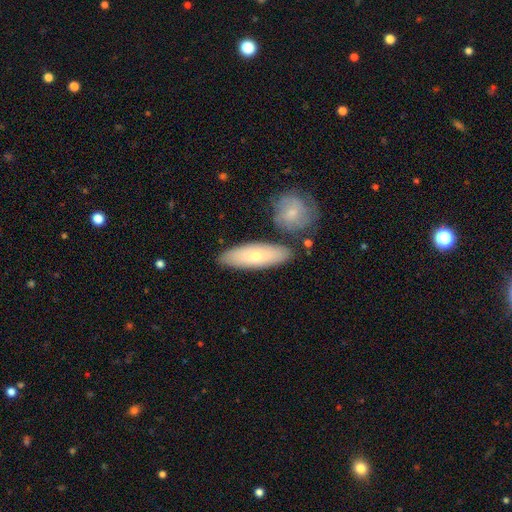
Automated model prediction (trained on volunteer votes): smooth-or-featured: smooth: 64% | featured or disk: 30% | star or artifact: 6%
  how-rounded: in between: 58% | cigar-shaped: 38% | round: 3%
  merging: none: 77% | minor disturbance: 11% | merger: 9% | major disturbance: 3%